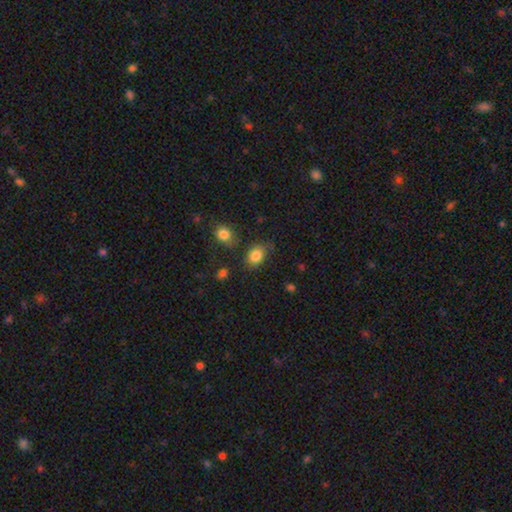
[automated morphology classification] Smooth or featured?
  - smooth: 84% *
  - star or artifact: 10%
  - featured or disk: 6%
How rounded?
  - in between: 66% *
  - round: 32%
  - cigar-shaped: 1%
Merging?
  - none: 69% *
  - minor disturbance: 22%
  - major disturbance: 5%
  - merger: 4%